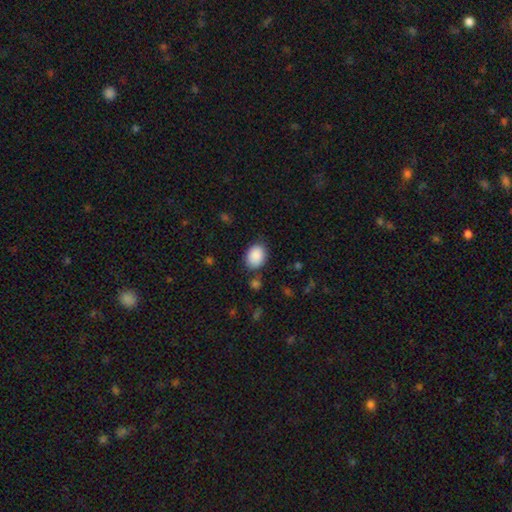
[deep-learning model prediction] smooth_or_featured: smooth (p=0.90) [alt: star or artifact p=0.07]
how_rounded: in between (p=0.71) [alt: round p=0.28]
merging: none (p=0.80) [alt: minor disturbance p=0.13]